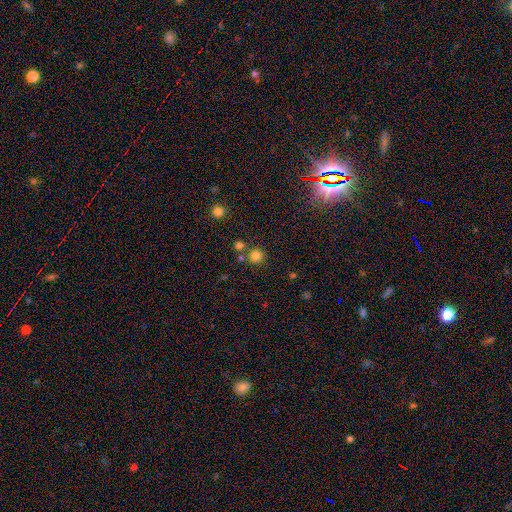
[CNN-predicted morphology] smooth_or_featured: smooth (p=0.80) [alt: star or artifact p=0.15]
how_rounded: round (p=0.93) [alt: in between p=0.06]
merging: none (p=0.77) [alt: merger p=0.13]